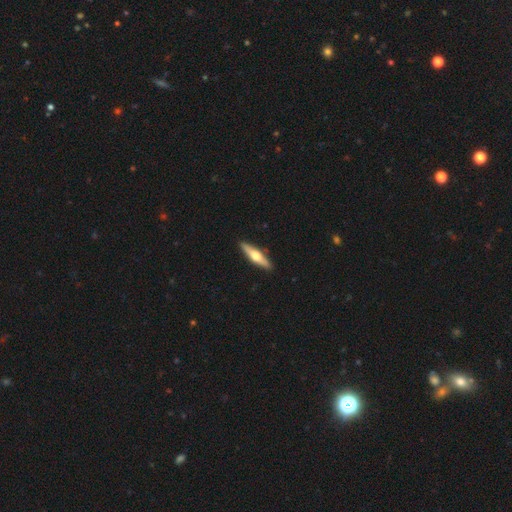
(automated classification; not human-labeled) smooth-or-featured: featured or disk: 57% | smooth: 38% | star or artifact: 5%
  disk-edge-on: yes: 94% | no: 6%
    edge-on-bulge: rounded: 94% | boxy: 3% | none: 3%
  merging: none: 91% | minor disturbance: 7% | major disturbance: 1% | merger: 1%